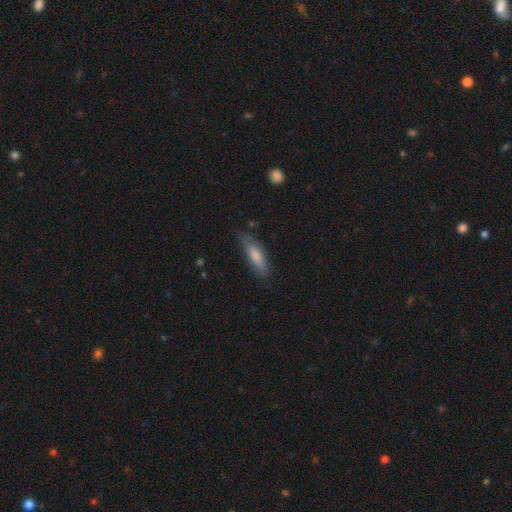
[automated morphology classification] Smooth or featured? Predicted: smooth (p=0.77). How rounded? Predicted: cigar-shaped (p=0.60). Merging? Predicted: none (p=0.72).